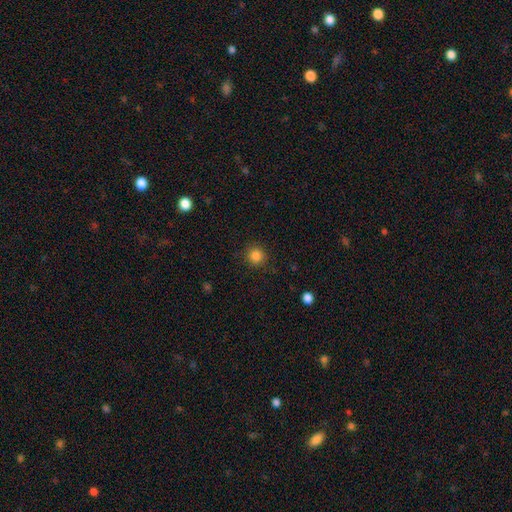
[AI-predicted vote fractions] Morphology: type=smooth (85%); roundness=round (93%); merging=none (90%).